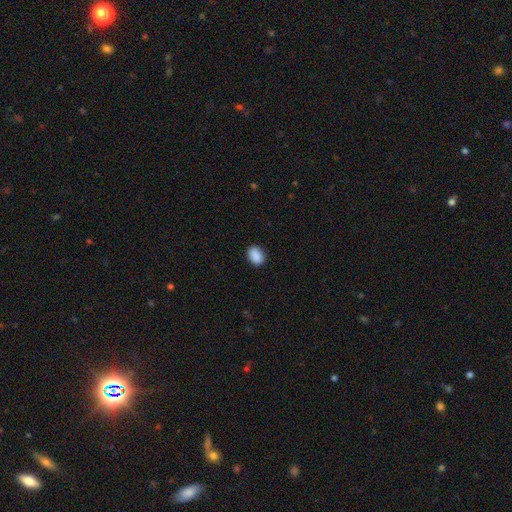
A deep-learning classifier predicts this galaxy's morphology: Smooth or featured? smooth (90%)
How rounded? in between (79%)
Merging? none (88%)